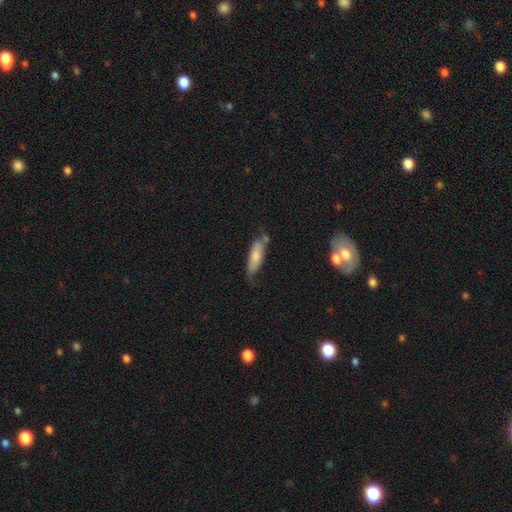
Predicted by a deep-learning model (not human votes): smooth_or_featured: smooth (p=0.71) [alt: featured or disk p=0.23]
how_rounded: cigar-shaped (p=0.54) [alt: in between p=0.45]
merging: none (p=0.52) [alt: minor disturbance p=0.31]